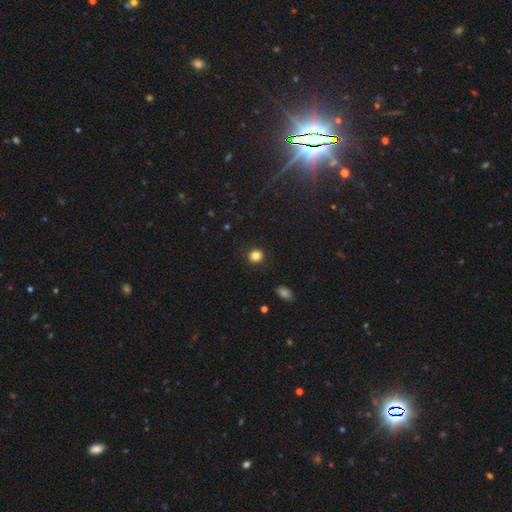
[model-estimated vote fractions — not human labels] Overall: smooth (84%). How rounded: round (89%). Merging: none (91%).